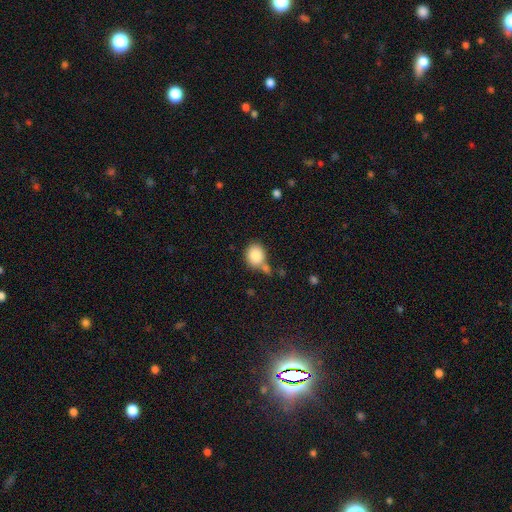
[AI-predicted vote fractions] A smooth galaxy with no disk features (86%) that is round (69%).

Vote fractions:
- Smooth or featured? smooth: 86% / star or artifact: 8% / featured or disk: 6%
- How rounded? round: 69% / in between: 30% / cigar-shaped: 1%
- Merging? none: 56% / merger: 22% / minor disturbance: 17% / major disturbance: 5%